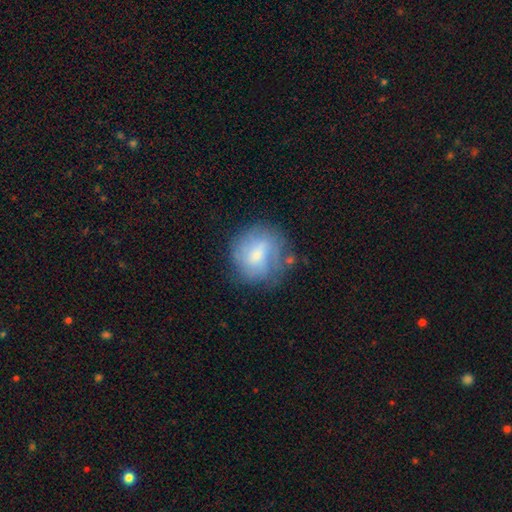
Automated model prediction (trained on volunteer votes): This appears to be a smooth galaxy with no disk features (52%) that is round (81%). Merging: none (67%).